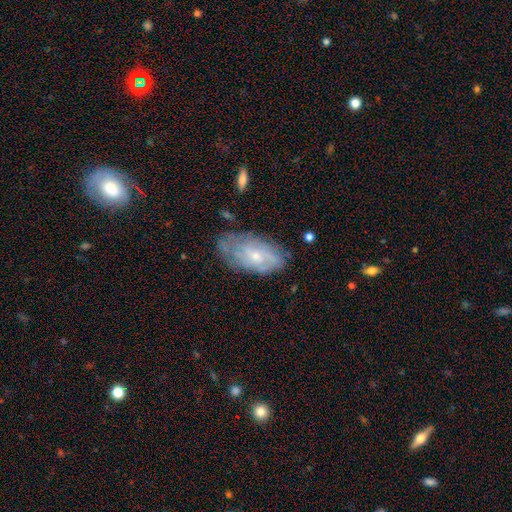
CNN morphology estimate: This appears to be a featured or disk galaxy (63%) with no bar (72%), spiral arms (74%) and a small central bulge (66%). Merging: none (63%).